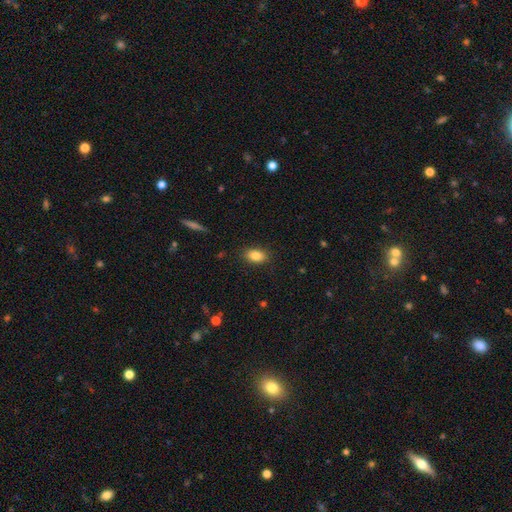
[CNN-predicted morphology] smooth 85%, star or artifact 8%, featured or disk 7%. Down the decision tree: how rounded — in between (86%); merging — none (86%).